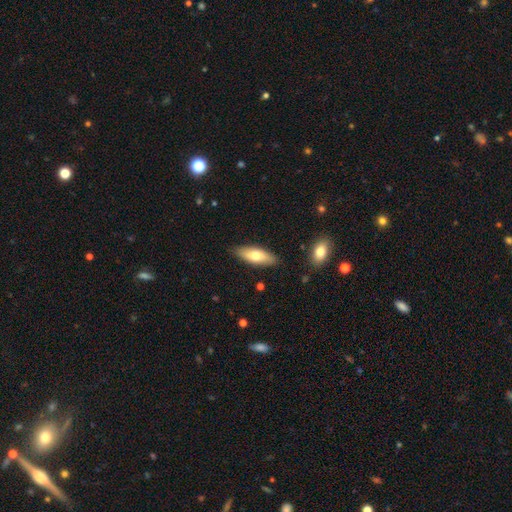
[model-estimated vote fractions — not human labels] Q: Smooth or featured?
A: smooth (68%); runner-up: featured or disk (26%)
Q: How rounded?
A: in between (69%); runner-up: cigar-shaped (29%)
Q: Merging?
A: none (86%); runner-up: minor disturbance (11%)